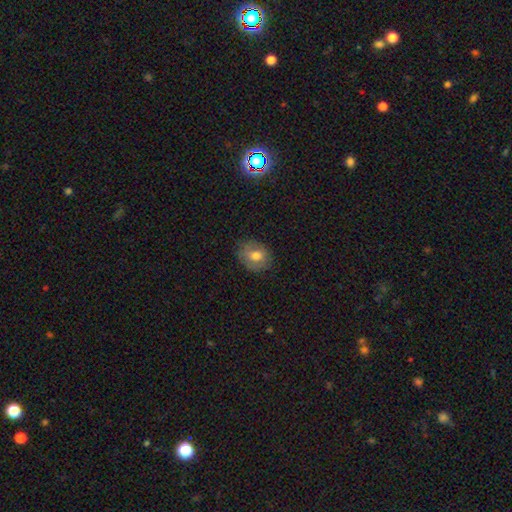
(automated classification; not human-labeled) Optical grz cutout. It shows a smooth galaxy with no disk features (72%) that is round (54%). Merging: none (80%).